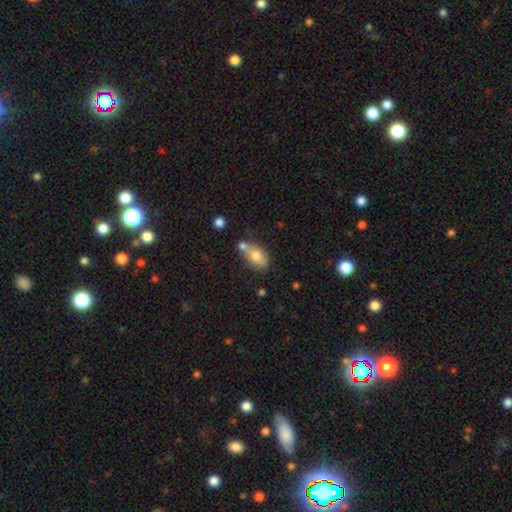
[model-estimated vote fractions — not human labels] This is likely a smooth galaxy (74%). How rounded: clearly in between (85%). Merging: possibly none (50%).